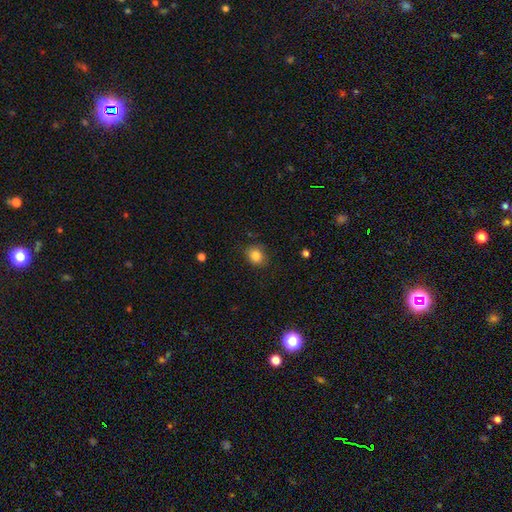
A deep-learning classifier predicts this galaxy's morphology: Smooth or featured: smooth — 84% (star or artifact — 10%)
How rounded: round — 61% (in between — 38%)
Merging: none — 81% (minor disturbance — 15%)